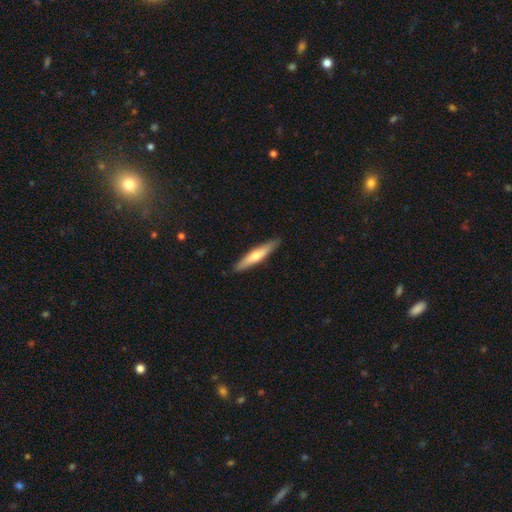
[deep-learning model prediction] The model was most divided on "smooth or featured": smooth: 56%, featured or disk: 38%, star or artifact: 5%. More confident: merging — none (89%); how rounded — cigar-shaped (88%).